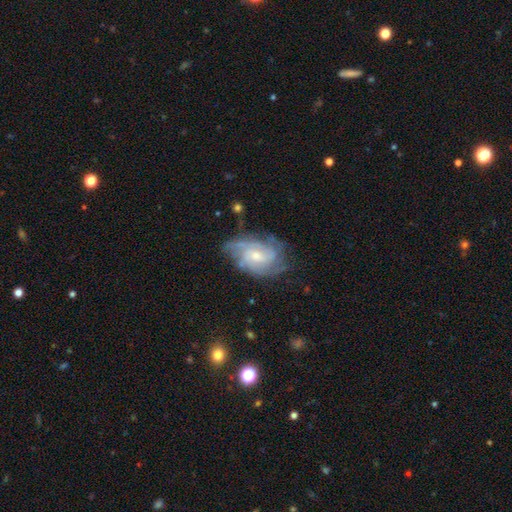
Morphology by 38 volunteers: Volunteers were most divided on "bar": weak: 50%, no: 33%, strong: 17%. Remaining: edge-on disk — no (100%); spiral arms — yes (100%); smooth or featured — featured or disk (95%); merging — none (76%); spiral winding — tight (61%); bulge size — small (56%); spiral arm count — 2 (42%).